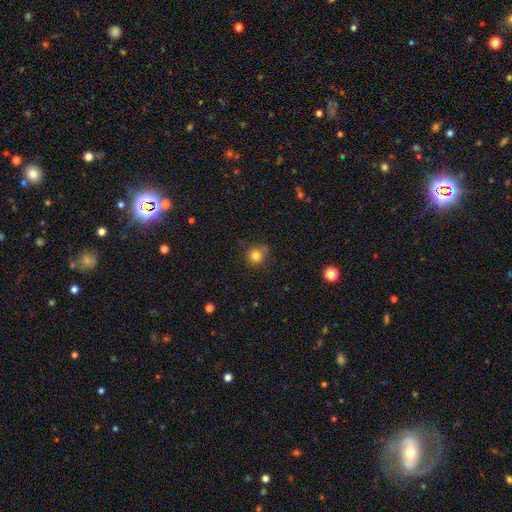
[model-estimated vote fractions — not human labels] This appears to be a smooth galaxy with no disk features (81%) that is round (86%). Merging: none (68%).